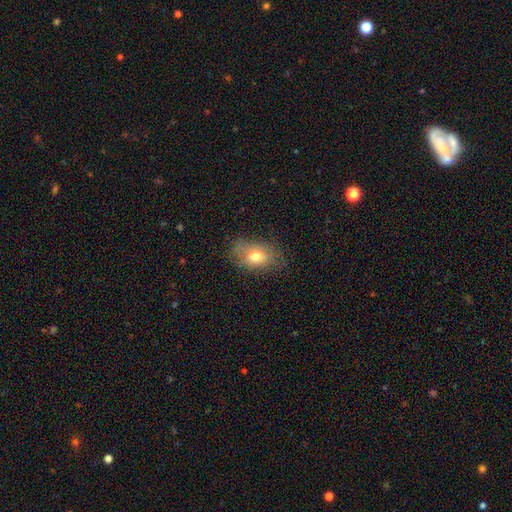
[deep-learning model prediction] Smooth or featured?
  - smooth: 71% *
  - featured or disk: 18%
  - star or artifact: 11%
How rounded?
  - in between: 78% *
  - round: 20%
  - cigar-shaped: 2%
Merging?
  - none: 66% *
  - minor disturbance: 23%
  - major disturbance: 9%
  - merger: 1%